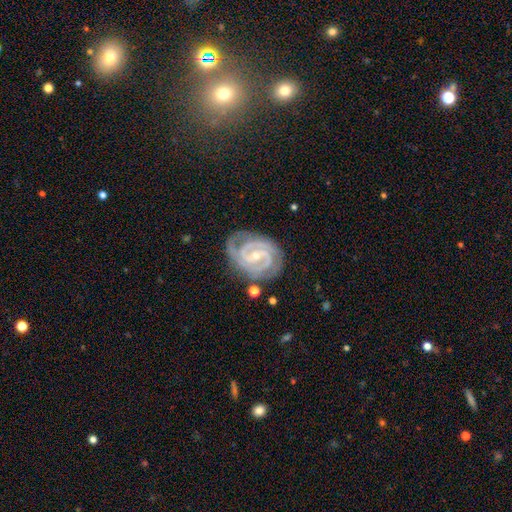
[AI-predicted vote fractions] smooth-or-featured: featured or disk: 92% | star or artifact: 4% | smooth: 3%
  disk-edge-on: no: 98% | yes: 2%
    bar: weak: 43% | no: 31% | strong: 26%
    has-spiral-arms: yes: 98% | no: 2%
      spiral-winding: tight: 68% | medium: 29% | loose: 3%
      spiral-arm-count: 2: 56% | 3: 26% | can't tell: 7% | 4: 5% | 1: 3% | more than 4: 3%
    bulge-size: small: 65% | moderate: 33% | none: 1% | large: 1% | dominant: 1%
  merging: none: 74% | minor disturbance: 18% | major disturbance: 6% | merger: 2%